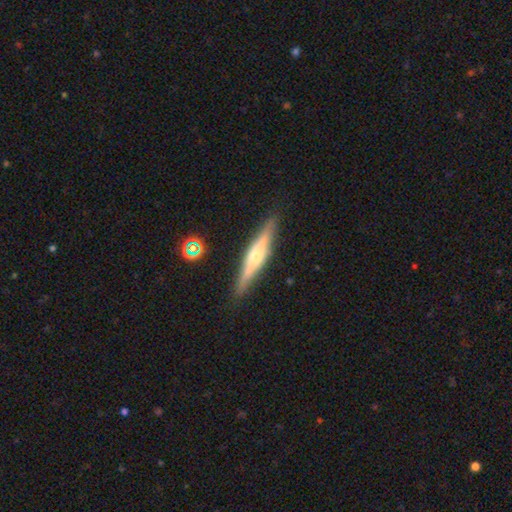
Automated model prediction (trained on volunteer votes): Smooth or featured: featured or disk — 67% (smooth — 26%)
Edge-on disk: yes — 95% (no — 5%)
Edge-on bulge: rounded — 80% (boxy — 12%)
Merging: none — 87% (minor disturbance — 9%)